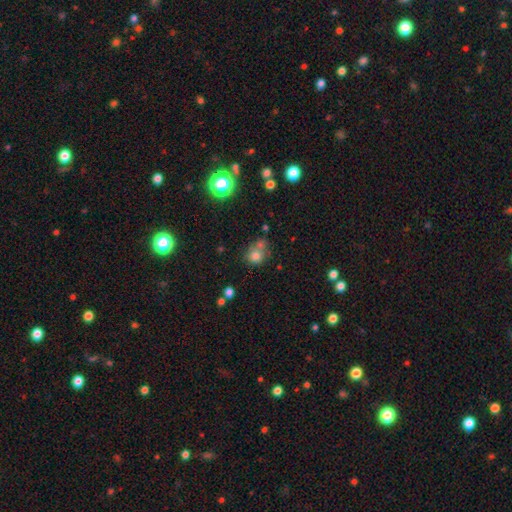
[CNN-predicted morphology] smooth-or-featured: smooth: 73% | star or artifact: 15% | featured or disk: 12%
  how-rounded: round: 76% | in between: 23% | cigar-shaped: 1%
  merging: none: 43% | merger: 36% | minor disturbance: 14% | major disturbance: 7%